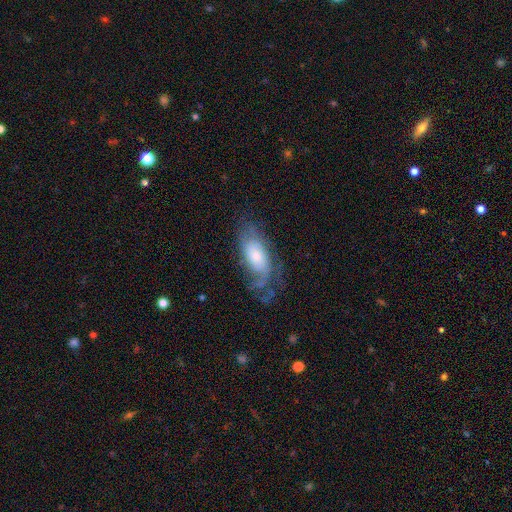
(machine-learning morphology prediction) This is possibly a featured or disk galaxy (58%). It is clearly not viewed edge-on (88%). Bar: likely no (73%). Spiral arm pattern: clearly yes (80%). Central bulge: marginally moderate (42%). Merging: possibly none (50%).